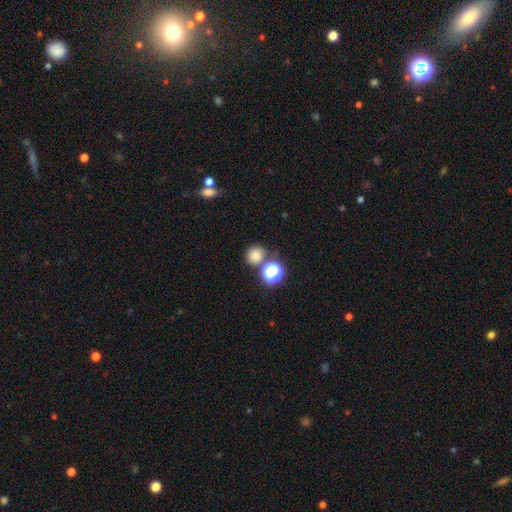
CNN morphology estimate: Q: Smooth or featured?
A: smooth (76%); runner-up: star or artifact (18%)
Q: How rounded?
A: round (87%); runner-up: in between (12%)
Q: Merging?
A: none (68%); runner-up: merger (18%)